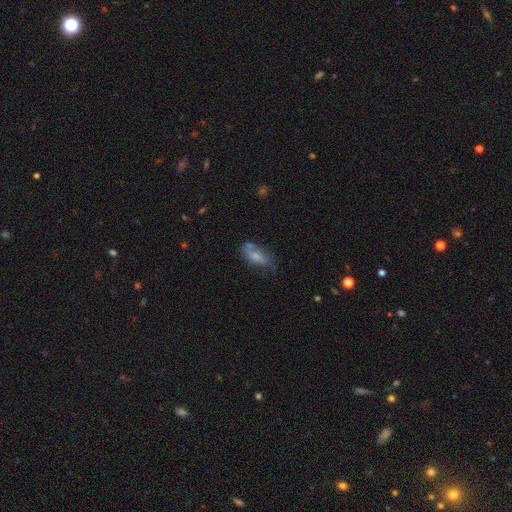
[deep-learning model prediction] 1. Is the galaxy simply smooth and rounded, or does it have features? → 63% smooth, 28% featured or disk, 9% star or artifact.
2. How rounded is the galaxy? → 75% in between, 22% cigar-shaped, 3% round.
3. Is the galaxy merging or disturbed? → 53% none, 28% minor disturbance, 12% major disturbance, 7% merger.